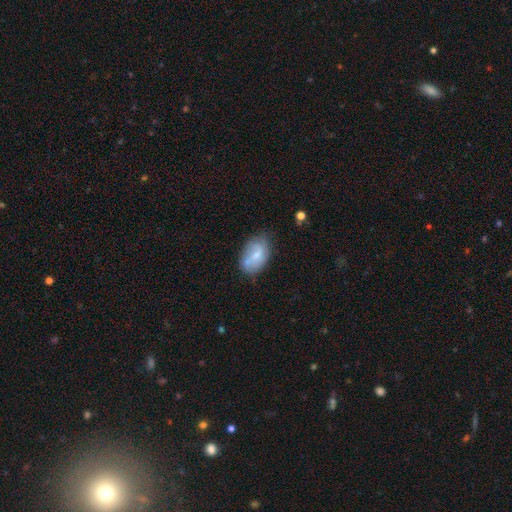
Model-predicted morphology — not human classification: Q: Smooth or featured?
A: smooth (56%); runner-up: featured or disk (37%)
Q: How rounded?
A: in between (90%); runner-up: round (8%)
Q: Merging?
A: none (55%); runner-up: minor disturbance (30%)